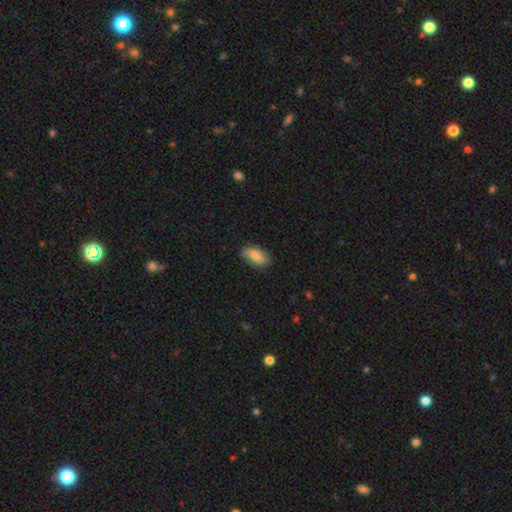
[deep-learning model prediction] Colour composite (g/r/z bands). It shows a smooth galaxy with no disk features (77%) that is in between round and cigar-shaped (92%). Merging: none (68%).